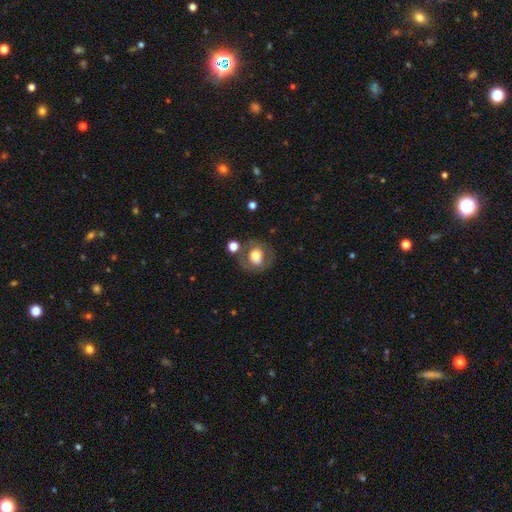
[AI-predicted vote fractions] Smooth or featured? Predicted: smooth (p=0.57). How rounded? Predicted: round (p=0.75). Merging? Predicted: none (p=0.65).